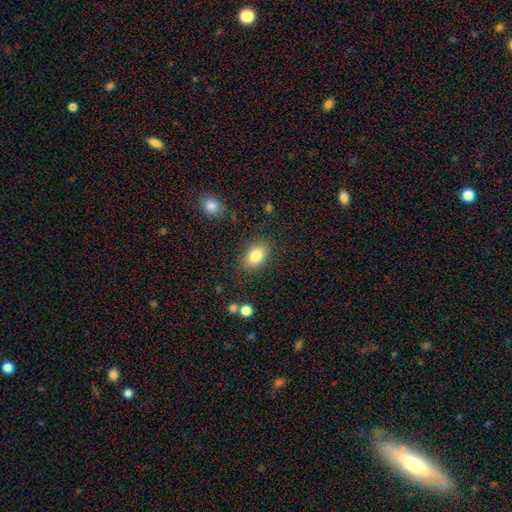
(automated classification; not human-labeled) The model was most divided on "how rounded": in between: 84%, round: 15%, cigar-shaped: 1%. More confident: merging — none (84%); smooth or featured — smooth (83%).